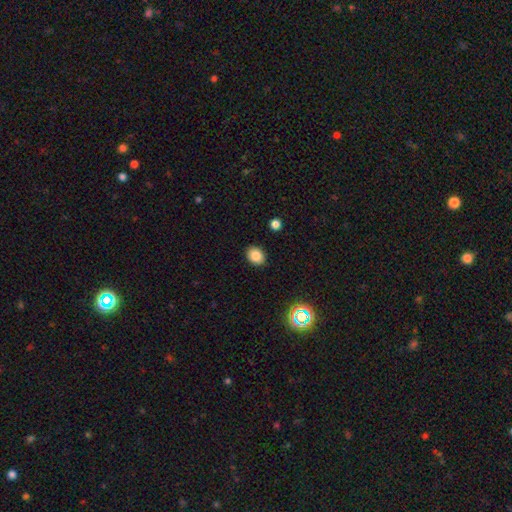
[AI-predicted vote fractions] smooth_or_featured: smooth (p=0.84) [alt: star or artifact p=0.11]
how_rounded: in between (p=0.57) [alt: round p=0.42]
merging: none (p=0.89) [alt: minor disturbance p=0.07]